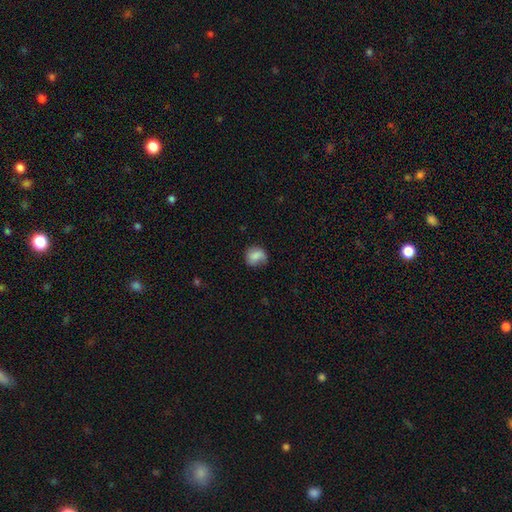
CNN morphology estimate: Overall: smooth (77%). How rounded: round (69%; in between 30%). Merging: none (57%; minor disturbance 30%).